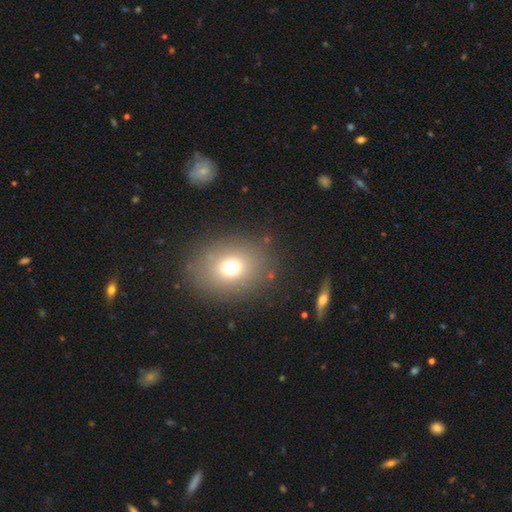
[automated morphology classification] smooth-or-featured: smooth: 65% | star or artifact: 22% | featured or disk: 13%
  how-rounded: round: 56% | in between: 43% | cigar-shaped: 1%
  merging: none: 87% | minor disturbance: 8% | major disturbance: 3% | merger: 2%